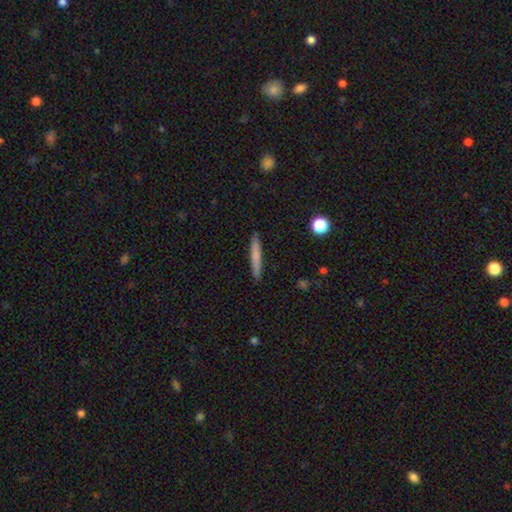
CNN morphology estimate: smooth-or-featured: smooth: 73% | featured or disk: 20% | star or artifact: 7%
  how-rounded: cigar-shaped: 95% | in between: 3% | round: 1%
  merging: none: 90% | minor disturbance: 7% | major disturbance: 1% | merger: 1%